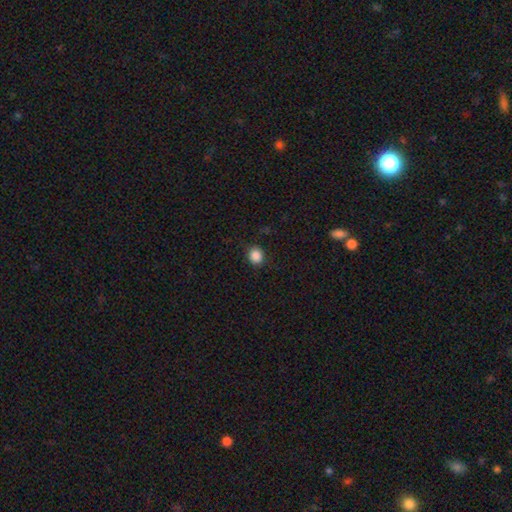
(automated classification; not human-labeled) A smooth galaxy with no disk features (87%) that is round (78%).

Vote fractions:
- Smooth or featured? smooth: 87% / star or artifact: 10% / featured or disk: 3%
- How rounded? round: 78% / in between: 21% / cigar-shaped: 1%
- Merging? none: 86% / minor disturbance: 10% / major disturbance: 3% / merger: 1%